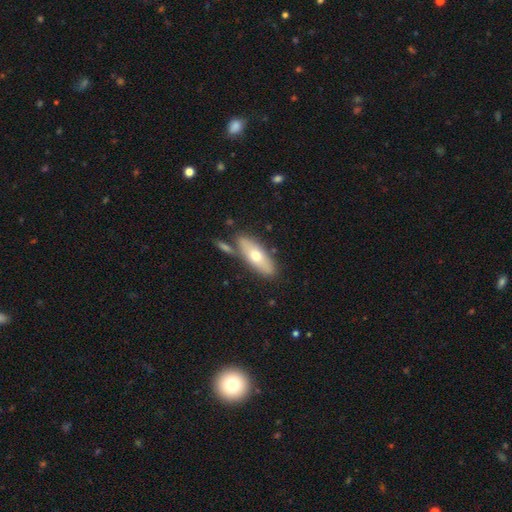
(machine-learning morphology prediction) smooth_or_featured: smooth (p=0.61) [alt: featured or disk p=0.33]
how_rounded: in between (p=0.64) [alt: cigar-shaped p=0.34]
merging: none (p=0.73) [alt: minor disturbance p=0.13]